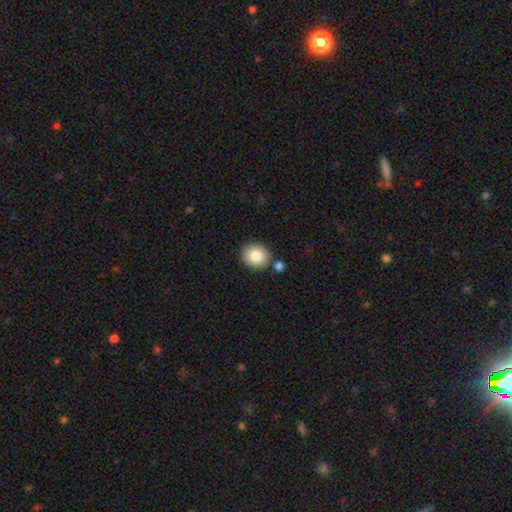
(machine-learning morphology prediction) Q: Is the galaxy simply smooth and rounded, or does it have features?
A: smooth — 83%.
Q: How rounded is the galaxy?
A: round — 74%.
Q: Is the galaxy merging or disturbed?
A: none — 82%.